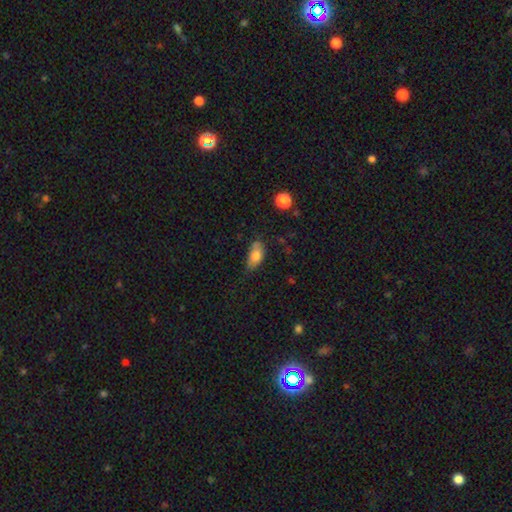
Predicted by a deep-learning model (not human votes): This is likely a smooth galaxy (77%). How rounded: clearly in between (87%). Merging: possibly none (60%).